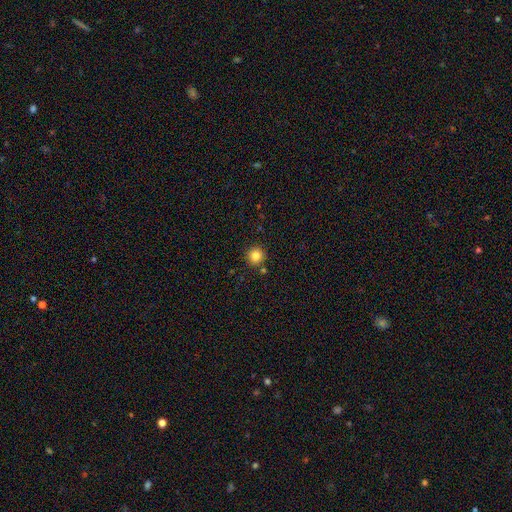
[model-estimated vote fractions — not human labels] A smooth galaxy with no disk features (83%) that is round (94%).

Vote fractions:
- Smooth or featured? smooth: 83% / star or artifact: 11% / featured or disk: 6%
- How rounded? round: 94% / in between: 5% / cigar-shaped: 1%
- Merging? none: 86% / minor disturbance: 7% / merger: 5% / major disturbance: 2%